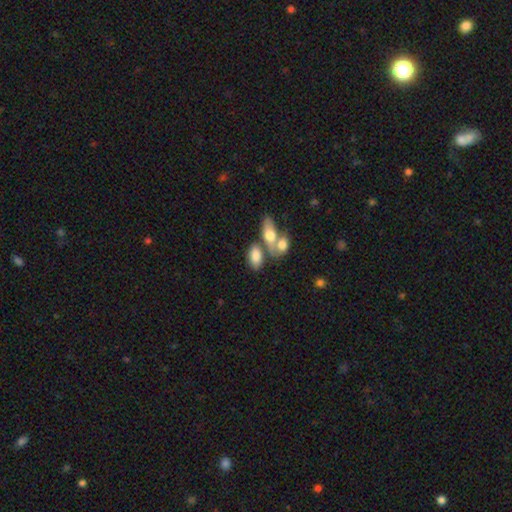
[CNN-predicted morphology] A smooth galaxy with no disk features (78%) that is in between round and cigar-shaped (90%).

Vote fractions:
- Smooth or featured? smooth: 78% / featured or disk: 15% / star or artifact: 7%
- How rounded? in between: 90% / round: 6% / cigar-shaped: 3%
- Merging? merger: 47% / none: 36% / minor disturbance: 11% / major disturbance: 6%